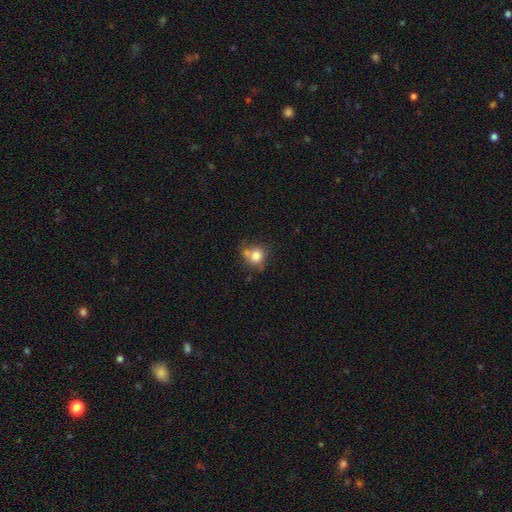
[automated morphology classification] Q: Smooth or featured?
A: smooth (78%); runner-up: featured or disk (11%)
Q: How rounded?
A: round (76%); runner-up: in between (23%)
Q: Merging?
A: none (48%); runner-up: merger (22%)